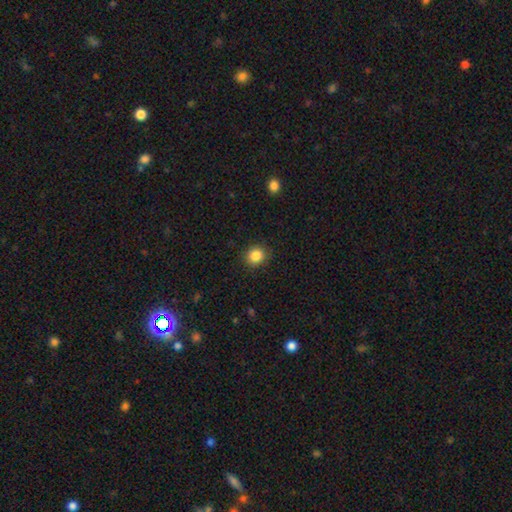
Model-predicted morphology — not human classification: Overall: smooth (86%). How rounded: round (84%). Merging: none (90%).